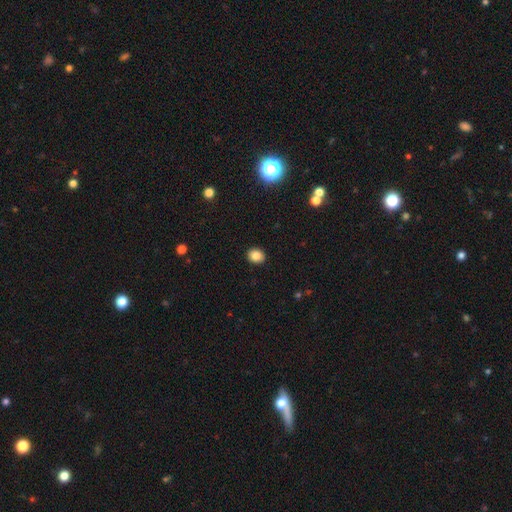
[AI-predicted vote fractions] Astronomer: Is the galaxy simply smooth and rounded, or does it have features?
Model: smooth — 85%.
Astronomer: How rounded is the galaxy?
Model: round — 60% (runner-up: in between, 39%).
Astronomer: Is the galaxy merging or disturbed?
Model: none — 91%.